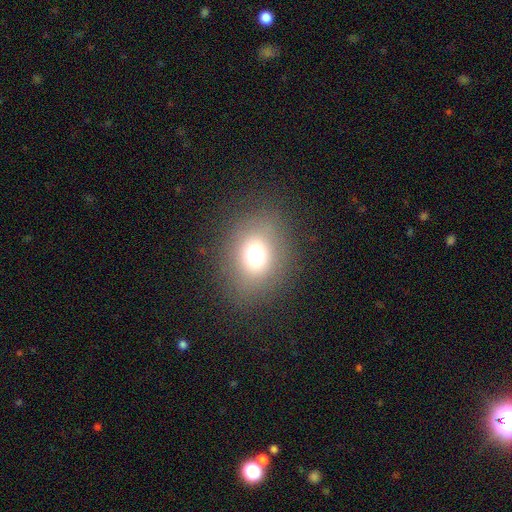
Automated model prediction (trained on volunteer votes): The model was most divided on "how rounded": round: 57%, in between: 42%, cigar-shaped: 1%. More confident: merging — none (82%); smooth or featured — smooth (70%).